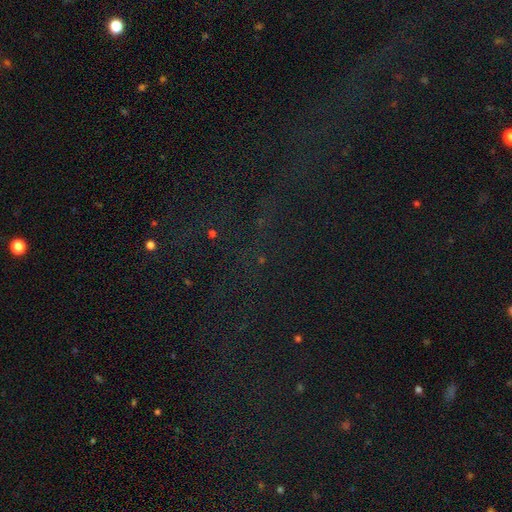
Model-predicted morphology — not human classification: type=star or artifact (76%).